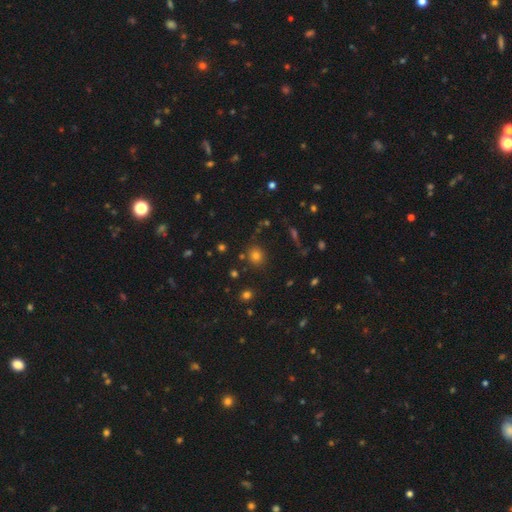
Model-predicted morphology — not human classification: smooth 75%, star or artifact 18%, featured or disk 8%. Down the decision tree: how rounded — round (85%); merging — none (82%).